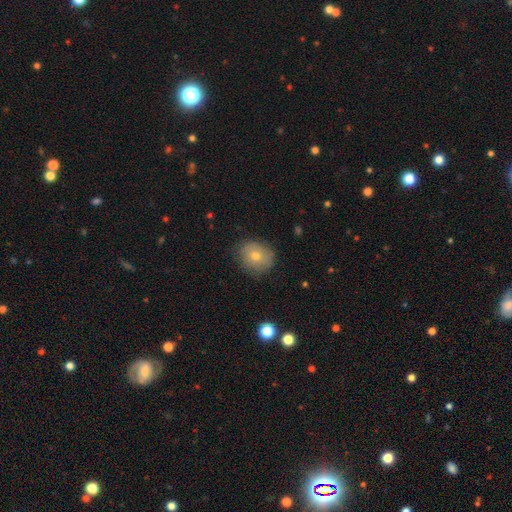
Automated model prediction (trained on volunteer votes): Q: Smooth or featured?
A: smooth (66%); runner-up: featured or disk (23%)
Q: How rounded?
A: round (74%); runner-up: in between (25%)
Q: Merging?
A: none (82%); runner-up: minor disturbance (13%)